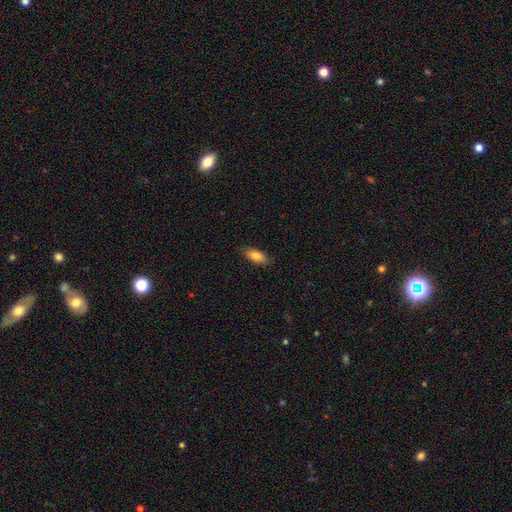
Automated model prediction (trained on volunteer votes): Q: Smooth or featured?
A: smooth (84%); runner-up: featured or disk (9%)
Q: How rounded?
A: in between (82%); runner-up: cigar-shaped (16%)
Q: Merging?
A: none (85%); runner-up: minor disturbance (11%)